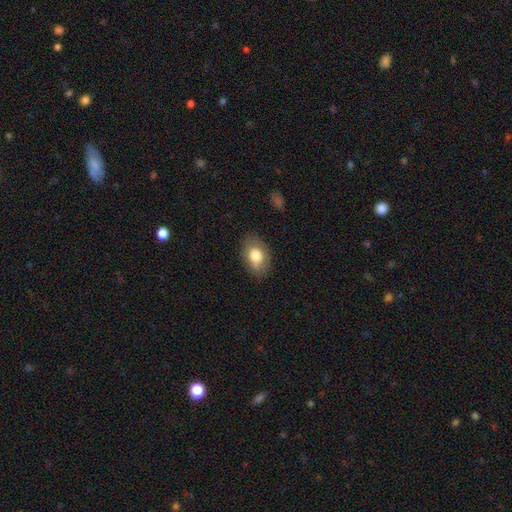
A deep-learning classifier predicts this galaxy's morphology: smooth 77%, featured or disk 15%, star or artifact 8%. Down the decision tree: how rounded — in between (84%); merging — none (79%).